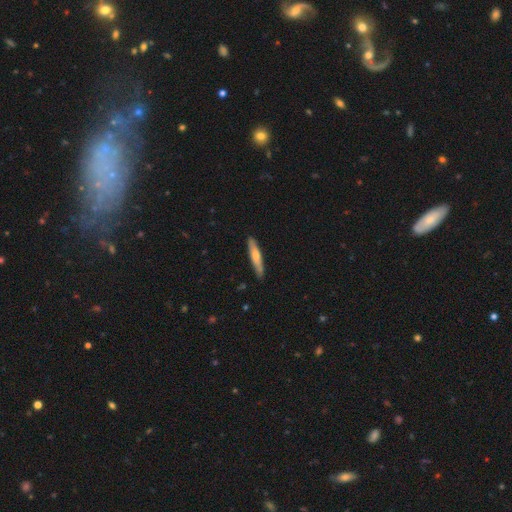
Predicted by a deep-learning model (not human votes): Morphology: type=smooth (60%); roundness=cigar-shaped (91%); merging=none (87%).